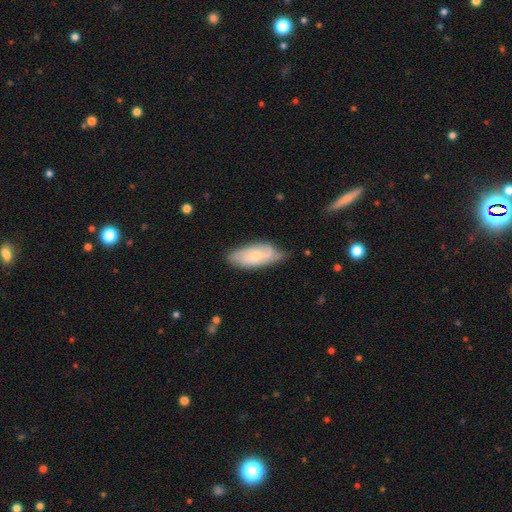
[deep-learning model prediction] Smooth or featured? featured or disk (47%, tied with smooth)
Merging? none (62%)